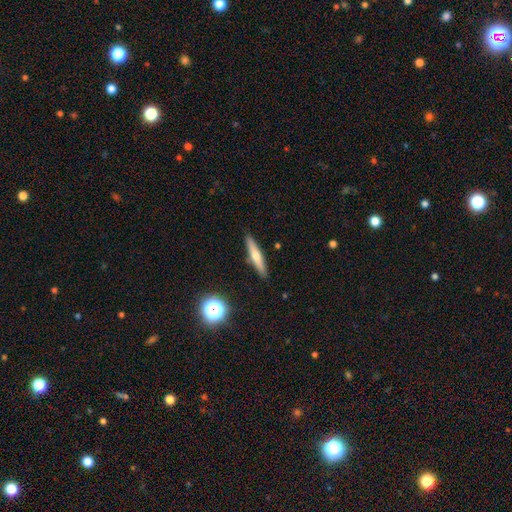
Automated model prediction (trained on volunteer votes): smooth 47%, featured or disk 45%, star or artifact 8%. Down the decision tree: merging — none (90%).